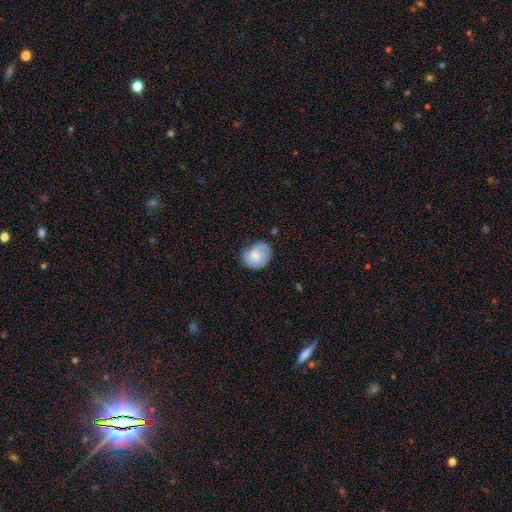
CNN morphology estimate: smooth-or-featured: smooth: 55% | featured or disk: 38% | star or artifact: 7%
  how-rounded: round: 62% | in between: 38% | cigar-shaped: 1%
  merging: none: 64% | minor disturbance: 26% | major disturbance: 7% | merger: 2%